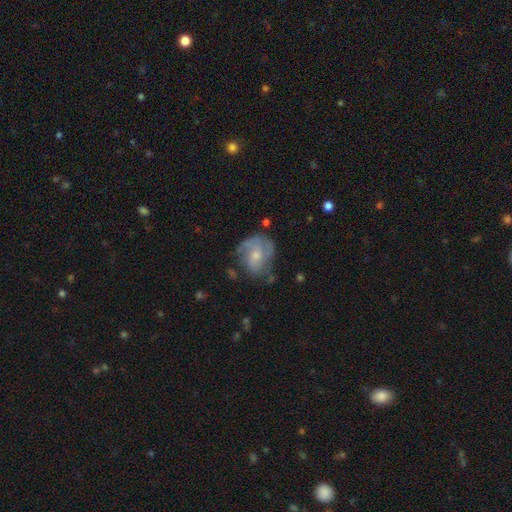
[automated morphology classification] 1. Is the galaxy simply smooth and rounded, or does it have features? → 63% featured or disk, 29% smooth, 9% star or artifact.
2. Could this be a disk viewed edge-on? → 97% no, 3% yes.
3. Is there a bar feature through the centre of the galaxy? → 67% no, 28% weak, 5% strong.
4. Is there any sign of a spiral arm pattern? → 78% yes, 22% no.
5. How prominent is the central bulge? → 49% small, 42% moderate, 5% none, 3% large, 1% dominant.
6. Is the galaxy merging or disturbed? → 55% none, 25% minor disturbance, 17% major disturbance, 3% merger.